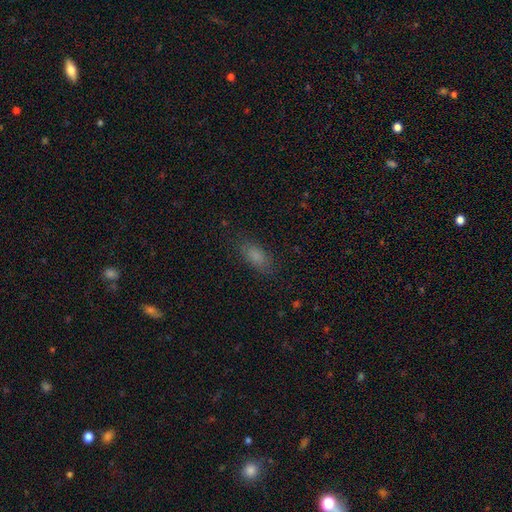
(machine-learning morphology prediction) smooth-or-featured: smooth: 80% | star or artifact: 11% | featured or disk: 8%
  how-rounded: in between: 82% | cigar-shaped: 14% | round: 5%
  merging: none: 81% | minor disturbance: 13% | major disturbance: 5% | merger: 1%